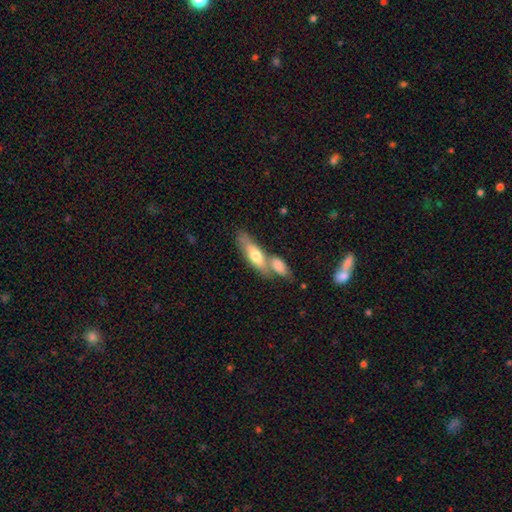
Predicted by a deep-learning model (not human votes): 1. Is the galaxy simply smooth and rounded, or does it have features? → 59% smooth, 36% featured or disk, 5% star or artifact.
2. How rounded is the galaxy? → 53% cigar-shaped, 44% in between, 3% round.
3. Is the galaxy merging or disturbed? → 45% merger, 41% none, 10% minor disturbance, 4% major disturbance.